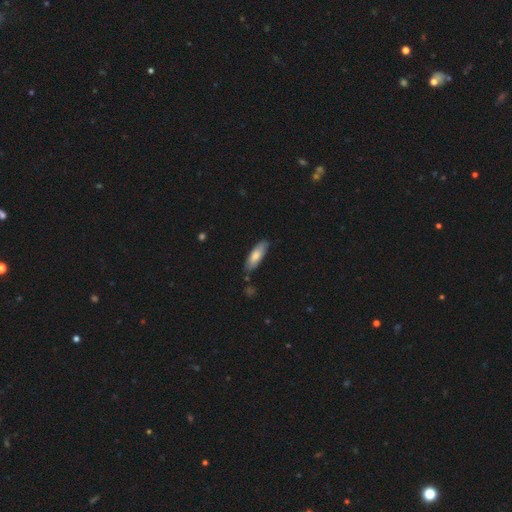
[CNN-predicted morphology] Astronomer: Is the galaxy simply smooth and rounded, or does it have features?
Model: smooth — 75%.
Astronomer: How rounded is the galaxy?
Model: in between — 57% (runner-up: cigar-shaped, 41%).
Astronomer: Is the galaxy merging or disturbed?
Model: none — 79%.